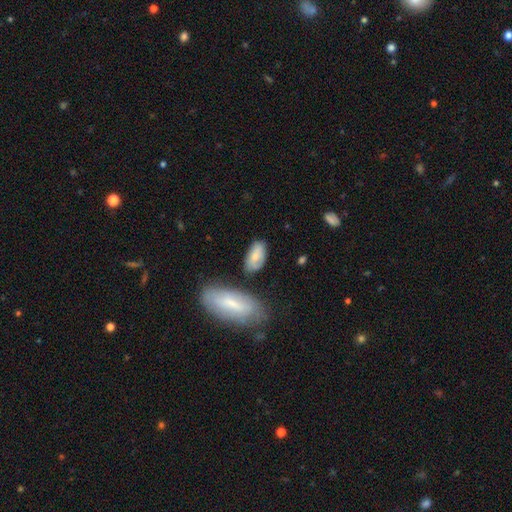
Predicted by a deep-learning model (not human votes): Smooth or featured: smooth — 70% (featured or disk — 23%)
How rounded: in between — 90% (cigar-shaped — 6%)
Merging: none — 65% (minor disturbance — 22%)